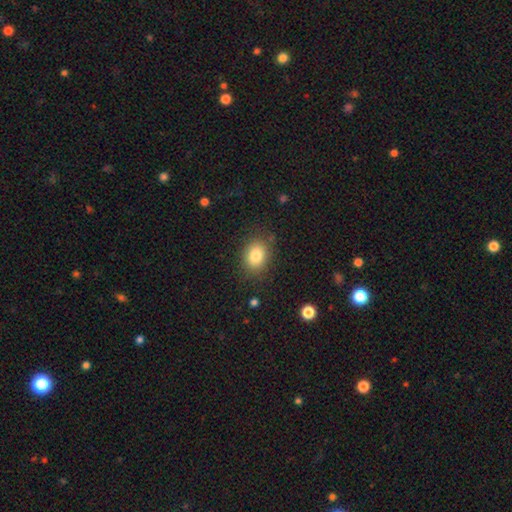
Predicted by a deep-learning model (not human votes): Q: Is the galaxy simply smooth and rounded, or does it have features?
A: smooth — 82%.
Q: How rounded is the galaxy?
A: in between — 58%.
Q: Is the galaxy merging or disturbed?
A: none — 83%.